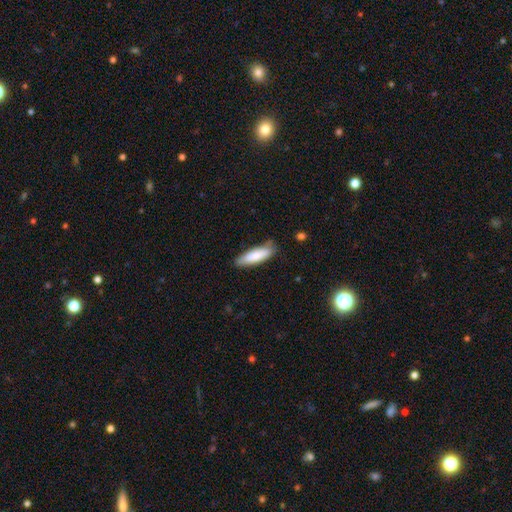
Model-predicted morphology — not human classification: A smooth galaxy with no disk features (82%) that is cigar-shaped (58%). Merging: none (75%).